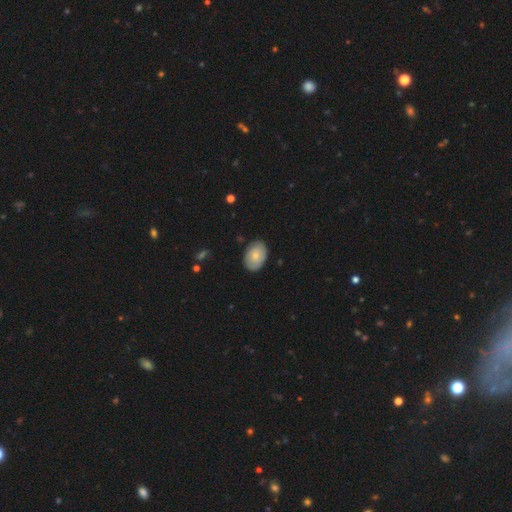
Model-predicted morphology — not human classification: Smooth or featured? Predicted: smooth (p=0.70). How rounded? Predicted: in between (p=0.84). Merging? Predicted: none (p=0.83).